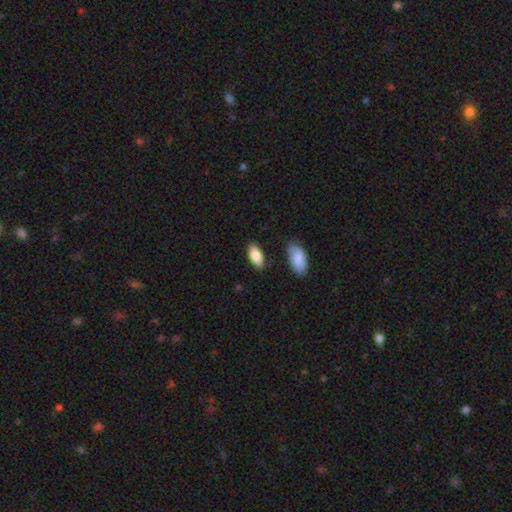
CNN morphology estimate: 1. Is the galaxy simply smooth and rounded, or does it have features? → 85% smooth, 9% featured or disk, 6% star or artifact.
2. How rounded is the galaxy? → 90% in between, 7% cigar-shaped, 2% round.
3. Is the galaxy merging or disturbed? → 82% none, 12% minor disturbance, 3% merger, 3% major disturbance.